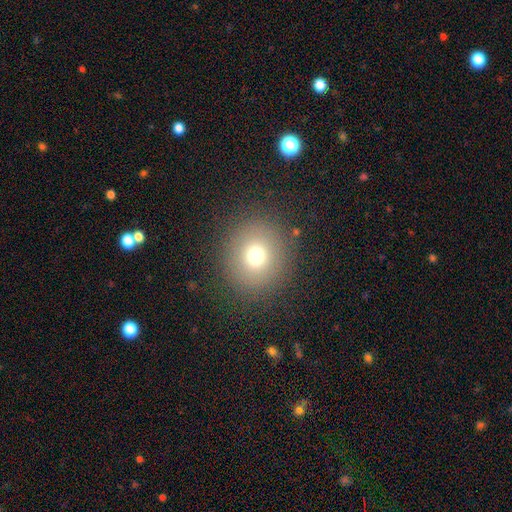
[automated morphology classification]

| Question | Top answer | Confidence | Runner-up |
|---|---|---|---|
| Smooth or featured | smooth | 73% | star or artifact (16%) |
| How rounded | round | 91% | in between (8%) |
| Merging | none | 88% | minor disturbance (7%) |